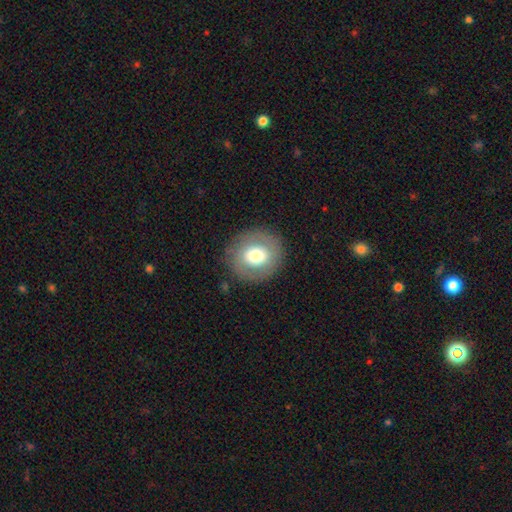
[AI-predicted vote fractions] Smooth or featured? Predicted: smooth (p=0.65). How rounded? Predicted: round (p=0.88). Merging? Predicted: none (p=0.87).